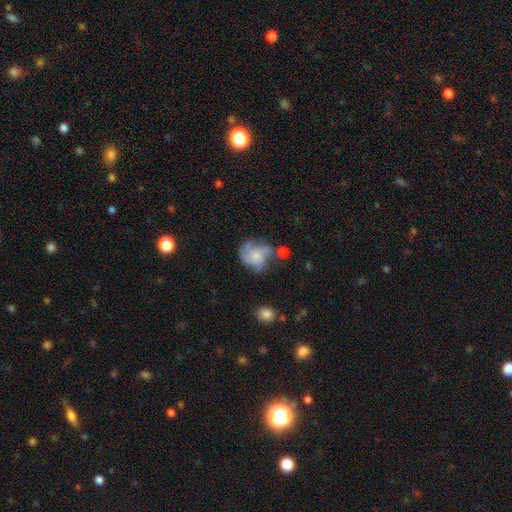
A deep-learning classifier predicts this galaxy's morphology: Smooth or featured? featured or disk (53%)
Edge-on disk? no (98%)
Bar? no (78%)
Spiral arms? yes (76%)
Bulge size? moderate (38%)
Merging? none (43%)